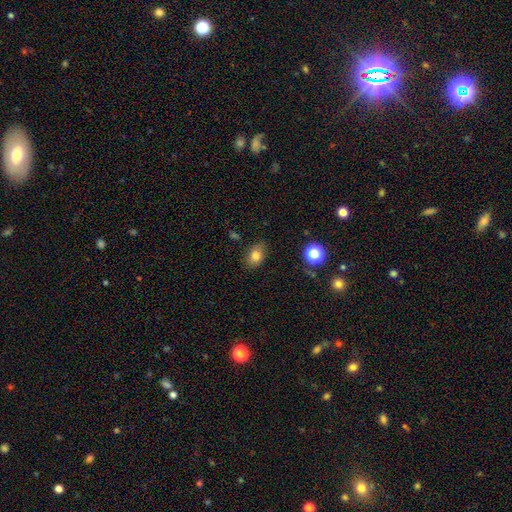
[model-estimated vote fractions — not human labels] smooth-or-featured: smooth: 79% | star or artifact: 11% | featured or disk: 10%
  how-rounded: in between: 80% | round: 18% | cigar-shaped: 1%
  merging: none: 82% | minor disturbance: 13% | major disturbance: 3% | merger: 2%